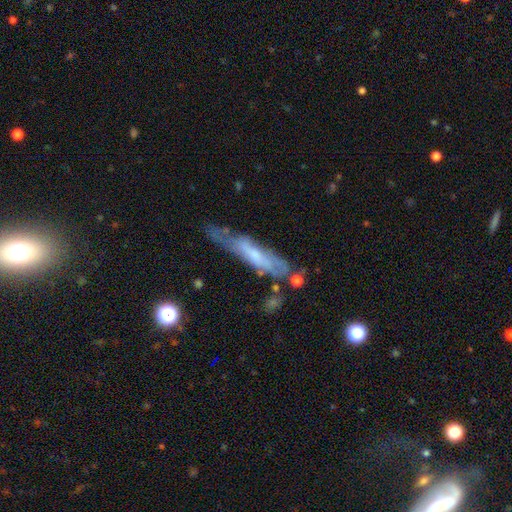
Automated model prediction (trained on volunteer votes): featured or disk 56%, smooth 36%, star or artifact 8%. Down the decision tree: edge-on disk — yes (53%); merging — none (48%).